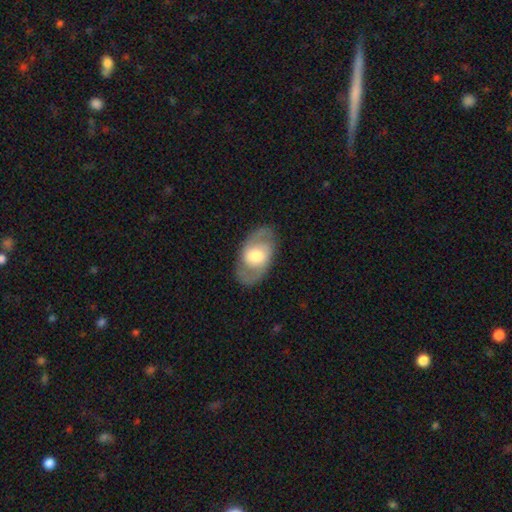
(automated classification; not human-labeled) The model was most divided on "bar": no: 55%, weak: 35%, strong: 10%. More confident: edge-on disk — no (94%); merging — none (82%); spiral arms — yes (77%); smooth or featured — featured or disk (67%); bulge size — moderate (58%).